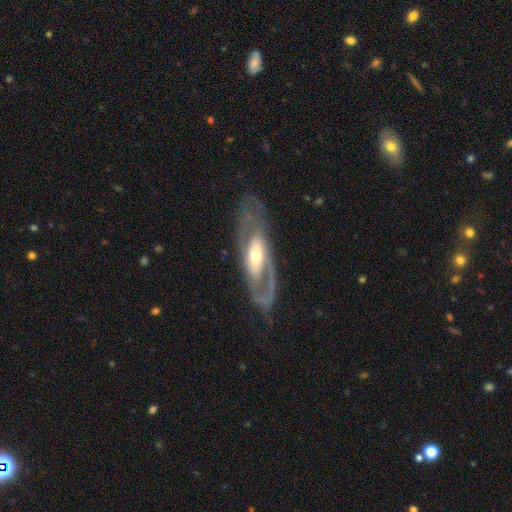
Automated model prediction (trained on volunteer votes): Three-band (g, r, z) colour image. It shows a featured or disk galaxy (78%) with no bar (51%), spiral arms (68%) and a moderate central bulge (59%). Merging: none (67%).